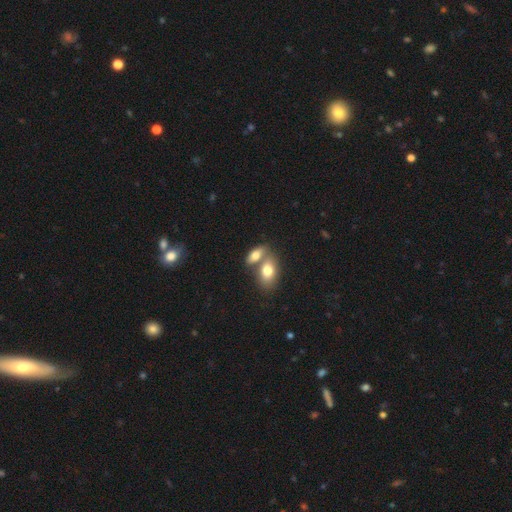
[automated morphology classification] Q: Smooth or featured?
A: smooth (75%); runner-up: featured or disk (18%)
Q: How rounded?
A: in between (86%); runner-up: round (7%)
Q: Merging?
A: merger (55%); runner-up: none (33%)